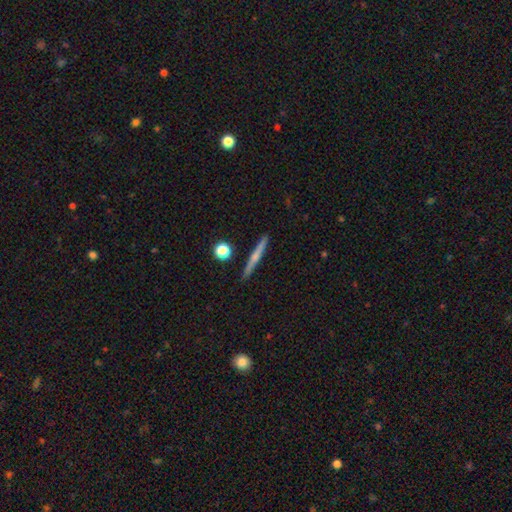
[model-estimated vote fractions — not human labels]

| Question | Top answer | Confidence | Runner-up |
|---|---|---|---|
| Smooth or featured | featured or disk | 52% | smooth (40%) |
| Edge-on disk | yes | 97% | no (3%) |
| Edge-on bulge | rounded | 61% | none (34%) |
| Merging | none | 90% | minor disturbance (7%) |